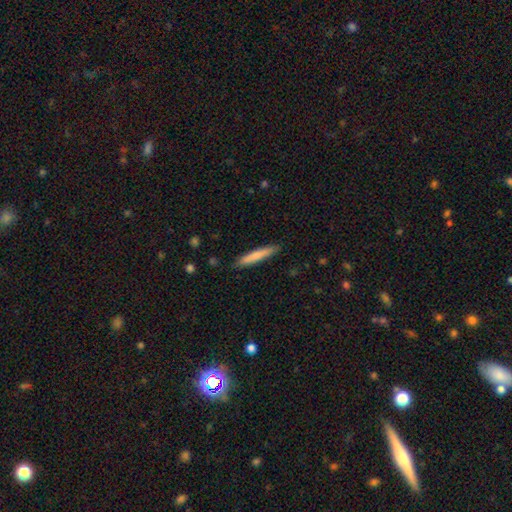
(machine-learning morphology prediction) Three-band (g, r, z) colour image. It shows a smooth galaxy with no disk features (77%) that is cigar-shaped (94%). Merging: none (87%).